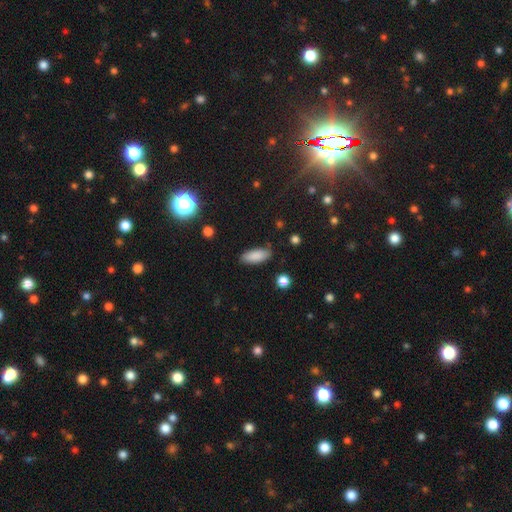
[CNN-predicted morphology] smooth-or-featured: smooth: 87% | star or artifact: 7% | featured or disk: 6%
  how-rounded: in between: 76% | cigar-shaped: 22% | round: 2%
  merging: none: 83% | minor disturbance: 13% | major disturbance: 3% | merger: 2%